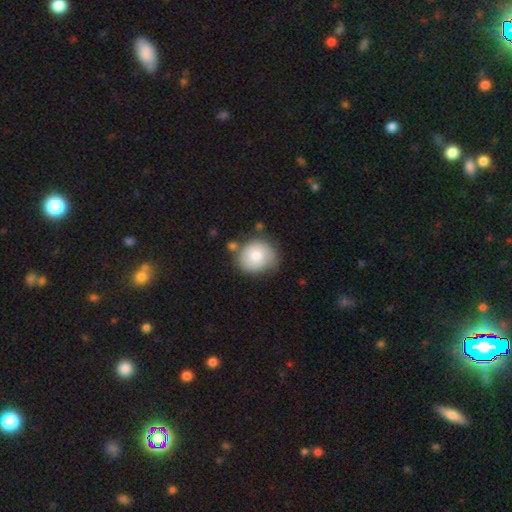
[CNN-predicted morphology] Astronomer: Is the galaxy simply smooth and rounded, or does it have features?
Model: smooth — 70%.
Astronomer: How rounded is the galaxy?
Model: round — 79%.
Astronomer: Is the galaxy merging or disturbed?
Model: none — 61%.